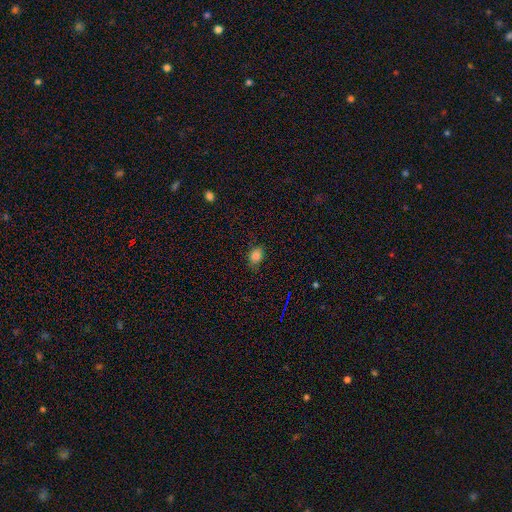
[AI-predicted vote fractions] The model was most divided on "how rounded": in between: 68%, round: 31%, cigar-shaped: 2%. More confident: smooth or featured — smooth (82%); merging — none (74%).